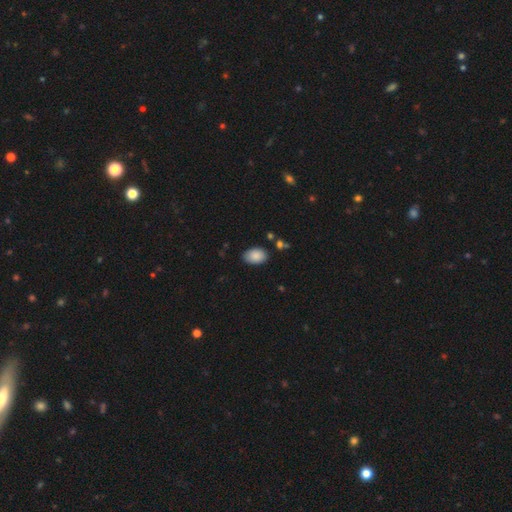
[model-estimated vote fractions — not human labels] Smooth or featured? Predicted: smooth (p=0.88). How rounded? Predicted: in between (p=0.90). Merging? Predicted: none (p=0.82).